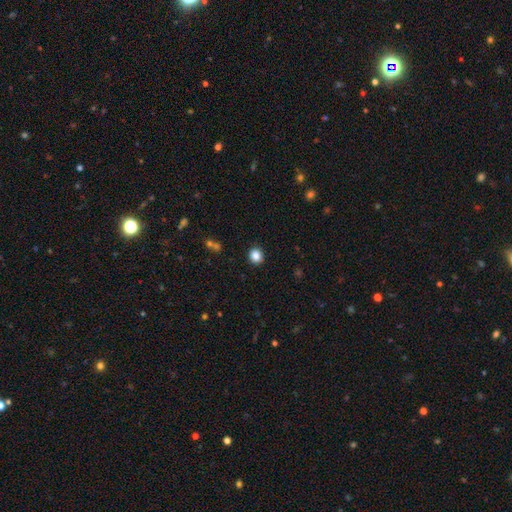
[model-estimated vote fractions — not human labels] Smooth or featured: smooth — 85% (star or artifact — 11%)
How rounded: round — 83% (in between — 16%)
Merging: none — 91% (minor disturbance — 5%)